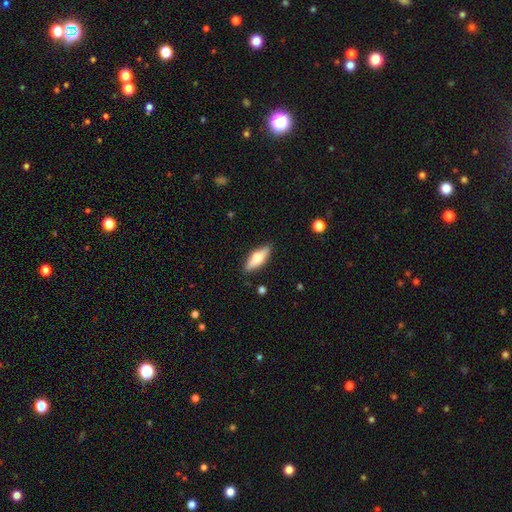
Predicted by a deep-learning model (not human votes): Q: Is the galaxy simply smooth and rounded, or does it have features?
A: smooth — 69%.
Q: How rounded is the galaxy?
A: in between — 61%.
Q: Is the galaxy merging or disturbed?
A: none — 85%.